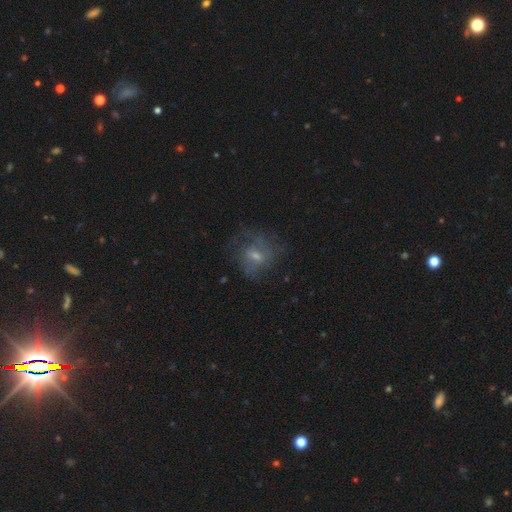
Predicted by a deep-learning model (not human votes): Q: Smooth or featured?
A: featured or disk (51%); runner-up: smooth (33%)
Q: Edge-on disk?
A: no (96%); runner-up: yes (4%)
Q: Merging?
A: none (59%); runner-up: minor disturbance (20%)